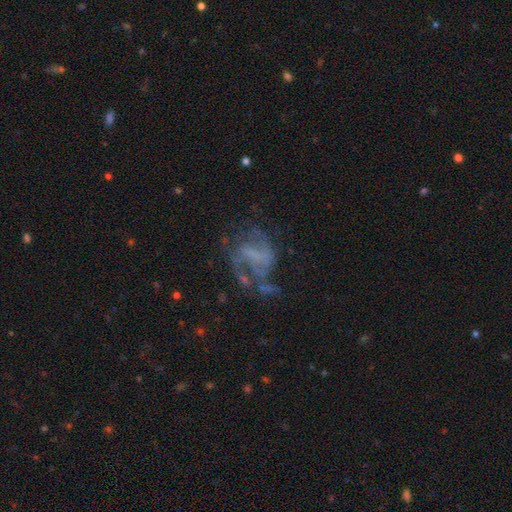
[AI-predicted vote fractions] Q: Smooth or featured?
A: featured or disk (70%); runner-up: smooth (15%)
Q: Edge-on disk?
A: no (98%); runner-up: yes (2%)
Q: Bar?
A: no (44%); runner-up: weak (37%)
Q: Spiral arms?
A: yes (68%); runner-up: no (32%)
Q: Bulge size?
A: none (68%); runner-up: small (17%)
Q: Merging?
A: major disturbance (39%); runner-up: none (37%)